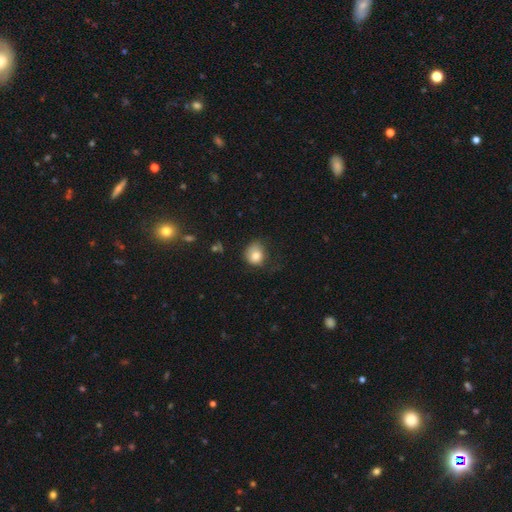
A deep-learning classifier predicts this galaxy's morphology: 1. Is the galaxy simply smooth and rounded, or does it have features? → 79% smooth, 12% featured or disk, 9% star or artifact.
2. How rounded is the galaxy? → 70% round, 29% in between, 1% cigar-shaped.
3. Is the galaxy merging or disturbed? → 47% none, 32% minor disturbance, 19% major disturbance, 2% merger.